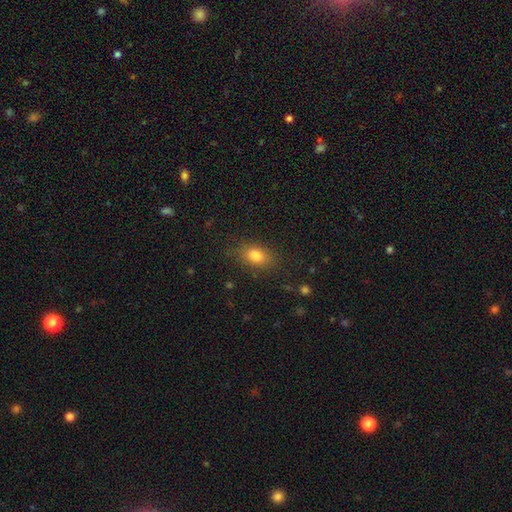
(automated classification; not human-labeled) Smooth or featured?
  - smooth: 81% *
  - star or artifact: 11%
  - featured or disk: 8%
How rounded?
  - in between: 80% *
  - round: 17%
  - cigar-shaped: 3%
Merging?
  - none: 84% *
  - minor disturbance: 12%
  - major disturbance: 4%
  - merger: 1%